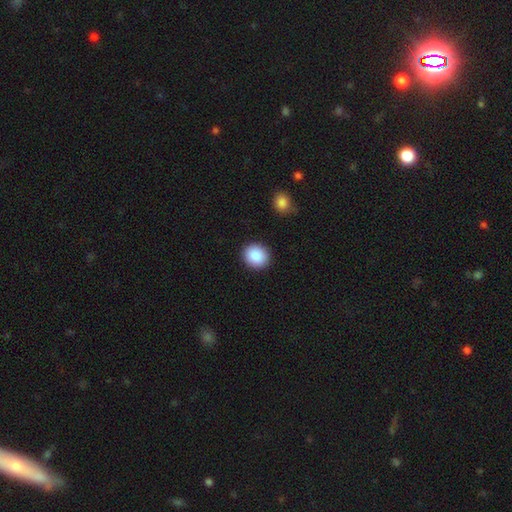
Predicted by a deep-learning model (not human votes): Q: Smooth or featured?
A: smooth (89%); runner-up: star or artifact (7%)
Q: How rounded?
A: round (79%); runner-up: in between (20%)
Q: Merging?
A: none (90%); runner-up: minor disturbance (7%)